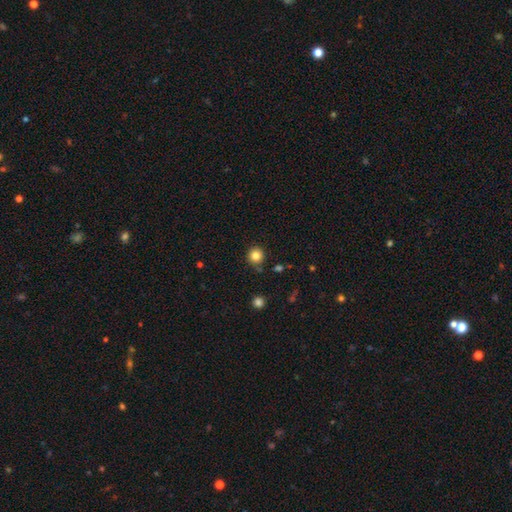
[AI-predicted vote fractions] A smooth galaxy with no disk features (83%) that is round (93%). Merging: none (85%).